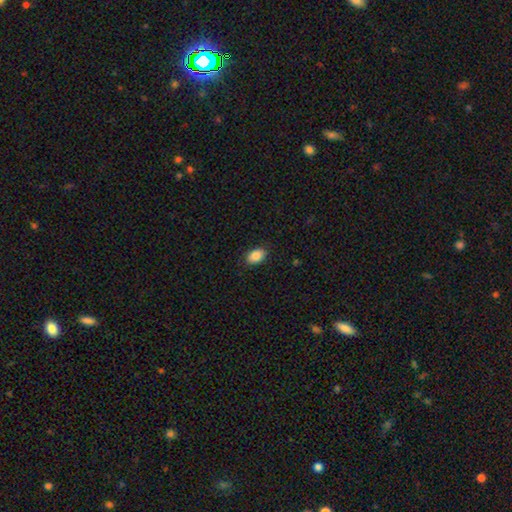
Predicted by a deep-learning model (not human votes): smooth 87%, star or artifact 7%, featured or disk 5%. Down the decision tree: how rounded — in between (89%); merging — none (87%).